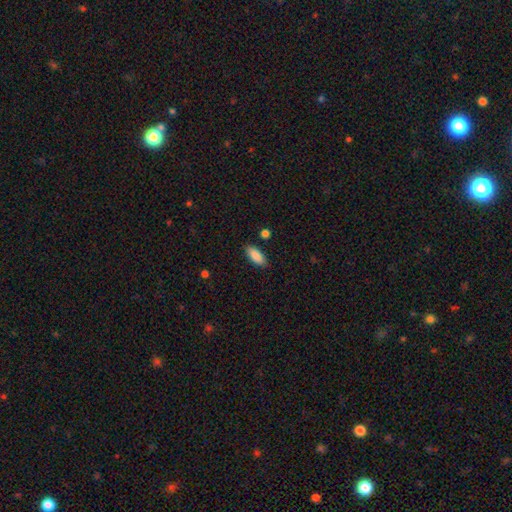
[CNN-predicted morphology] Smooth or featured? smooth (88%)
How rounded? in between (84%)
Merging? none (85%)